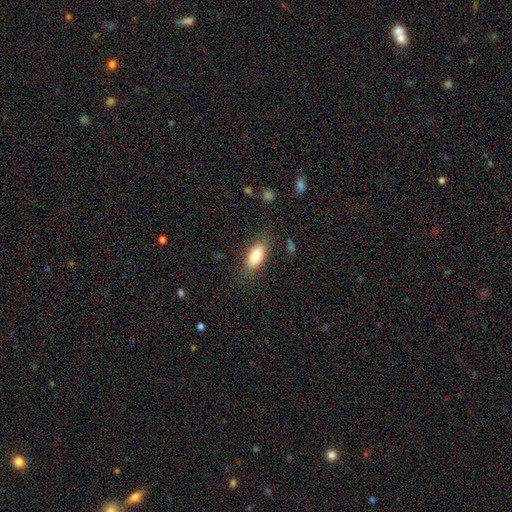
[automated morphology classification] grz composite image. It shows a smooth galaxy with no disk features (79%) that is in between round and cigar-shaped (85%). Merging: none (79%).